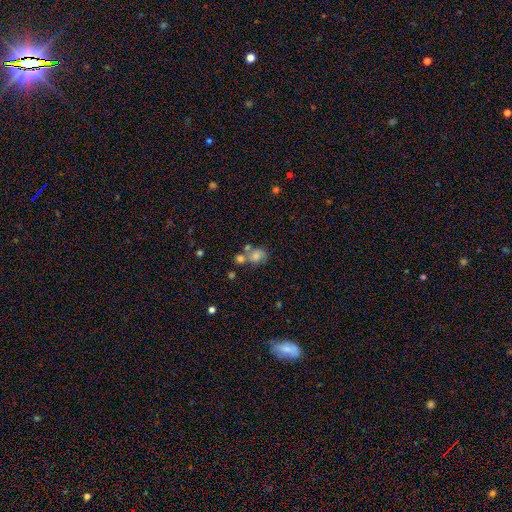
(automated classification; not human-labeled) smooth 70%, featured or disk 17%, star or artifact 13%. Down the decision tree: how rounded — round (56%); merging — none (43%).